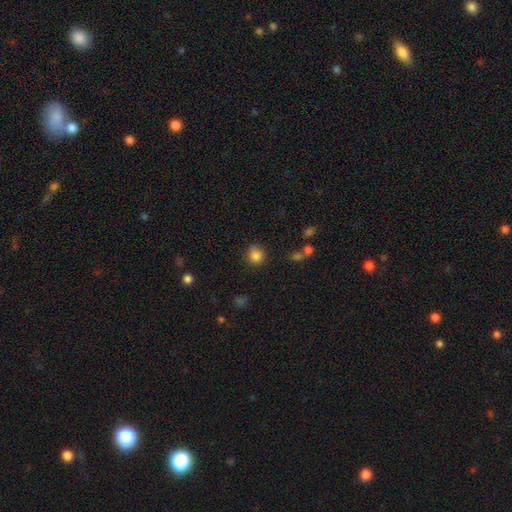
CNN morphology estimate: The model was most divided on "how rounded": round: 76%, in between: 23%, cigar-shaped: 1%. More confident: smooth or featured — smooth (83%); merging — none (80%).